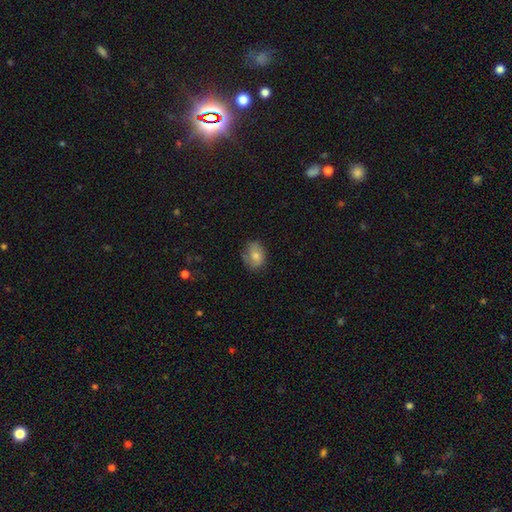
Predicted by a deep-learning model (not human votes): A smooth galaxy with no disk features (63%) that is in between round and cigar-shaped (60%). Merging: none (68%).